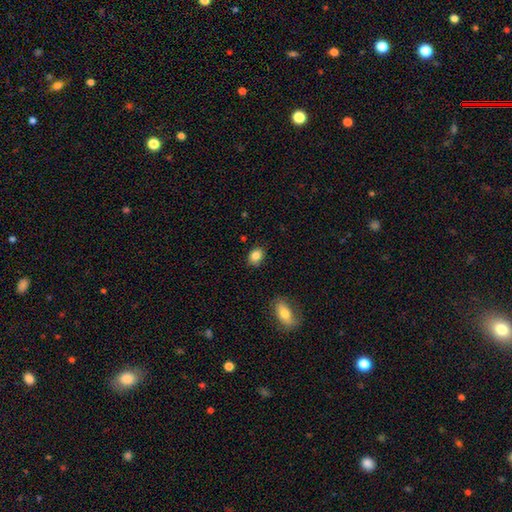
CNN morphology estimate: A smooth galaxy with no disk features (85%) that is in between round and cigar-shaped (64%). Merging: none (83%).